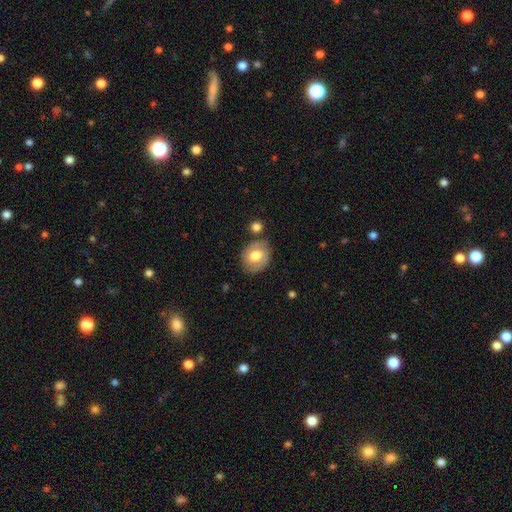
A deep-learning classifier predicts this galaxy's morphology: A smooth galaxy with no disk features (59%) that is round (51%).

Vote fractions:
- Smooth or featured? smooth: 59% / featured or disk: 34% / star or artifact: 7%
- How rounded? round: 51% / in between: 48% / cigar-shaped: 1%
- Merging? none: 74% / minor disturbance: 16% / merger: 6% / major disturbance: 4%